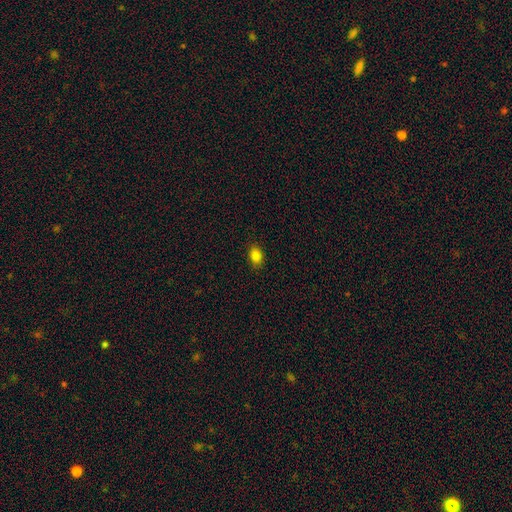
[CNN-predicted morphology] Smooth or featured? smooth (83%)
How rounded? in between (73%)
Merging? none (88%)